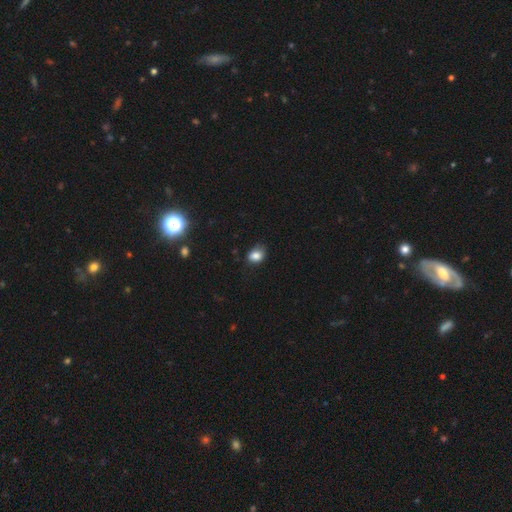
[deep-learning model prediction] The model was most divided on "how rounded": in between: 62%, round: 37%, cigar-shaped: 1%. More confident: smooth or featured — smooth (83%); merging — none (63%).